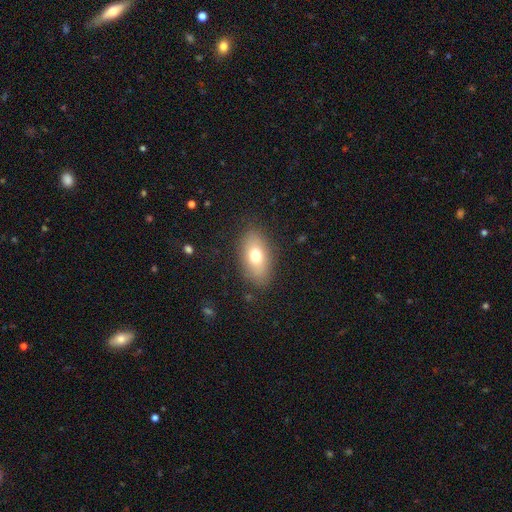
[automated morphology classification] Smooth or featured: smooth — 72% (featured or disk — 19%)
How rounded: in between — 89% (round — 8%)
Merging: none — 83% (minor disturbance — 12%)